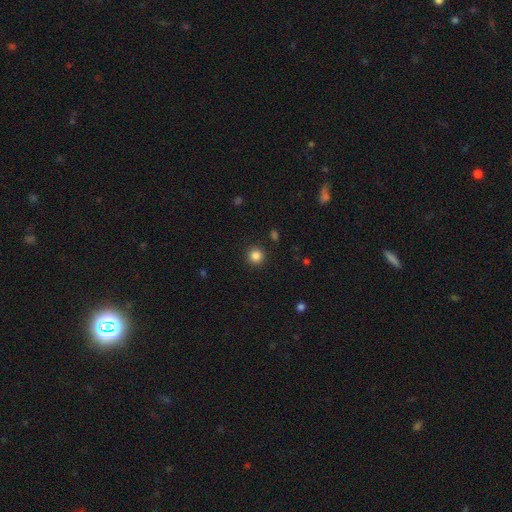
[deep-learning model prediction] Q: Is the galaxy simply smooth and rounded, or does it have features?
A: smooth — 85%.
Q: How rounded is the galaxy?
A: round — 94%.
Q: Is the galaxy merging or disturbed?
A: none — 91%.